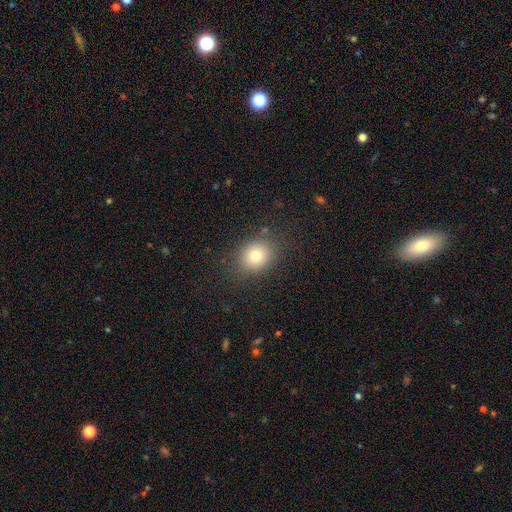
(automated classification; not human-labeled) smooth 78%, star or artifact 12%, featured or disk 10%. Down the decision tree: how rounded — round (65%); merging — none (83%).